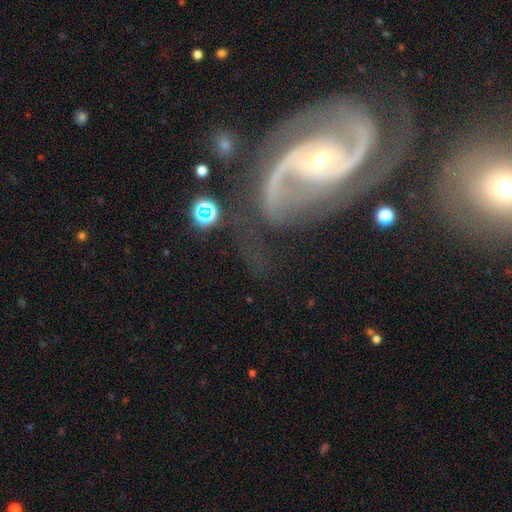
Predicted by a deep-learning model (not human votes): Smooth or featured? Predicted: featured or disk (p=0.90). Edge-on disk? Predicted: no (p=0.97). Bar? Predicted: no (p=0.47). Spiral arms? Predicted: yes (p=0.97). Spiral winding? Predicted: medium (p=0.54). Spiral arm count? Predicted: 2 (p=0.88). Bulge size? Predicted: small (p=0.70). Merging? Predicted: none (p=0.59).